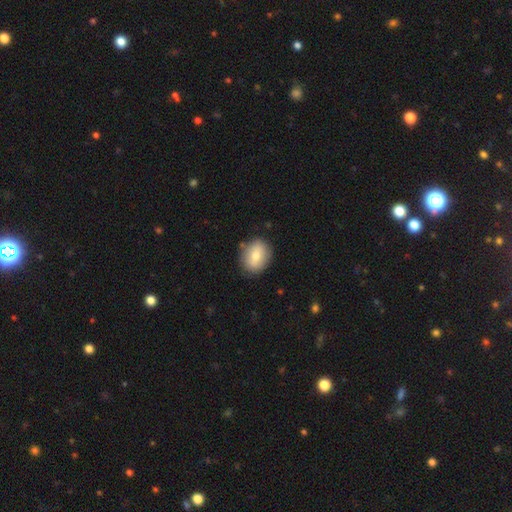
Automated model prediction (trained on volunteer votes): Smooth or featured? smooth (69%)
How rounded? in between (50%)
Merging? none (84%)